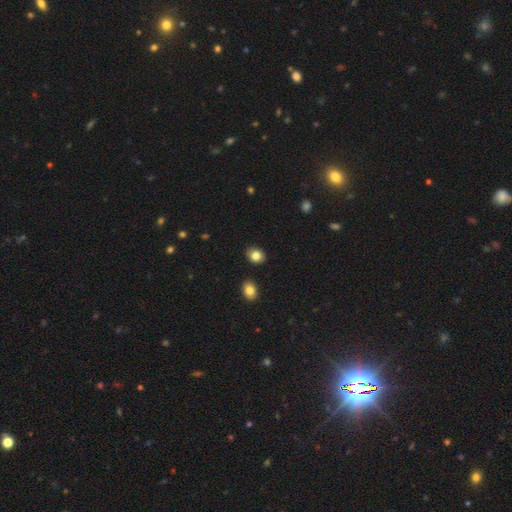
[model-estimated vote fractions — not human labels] Smooth or featured: smooth — 84% (star or artifact — 10%)
How rounded: round — 53% (in between — 46%)
Merging: none — 88% (minor disturbance — 8%)